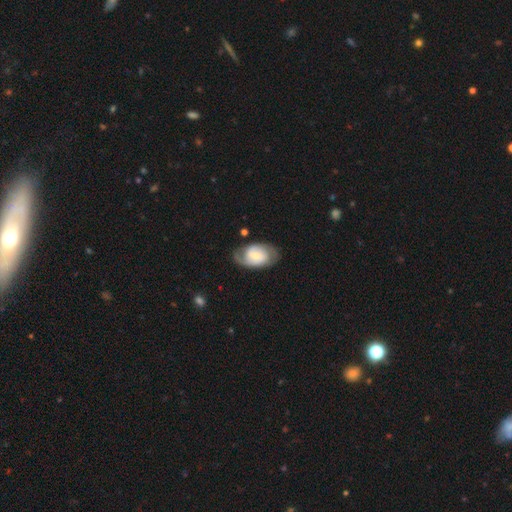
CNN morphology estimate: Q: Smooth or featured?
A: featured or disk (70%); runner-up: smooth (25%)
Q: Edge-on disk?
A: no (96%); runner-up: yes (4%)
Q: Bar?
A: no (45%); runner-up: weak (43%)
Q: Spiral arms?
A: yes (89%); runner-up: no (11%)
Q: Spiral winding?
A: medium (42%); runner-up: tight (41%)
Q: Spiral arm count?
A: 2 (74%); runner-up: can't tell (15%)
Q: Bulge size?
A: small (51%); runner-up: moderate (41%)
Q: Merging?
A: none (71%); runner-up: minor disturbance (19%)